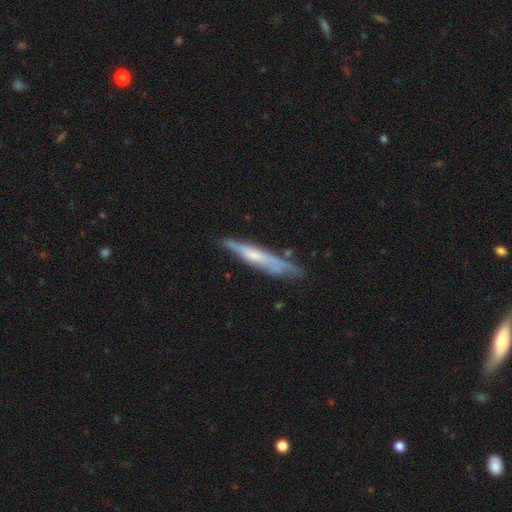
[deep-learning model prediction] A featured or disk galaxy (51%) viewed edge-on (82%). Merging: none (64%).